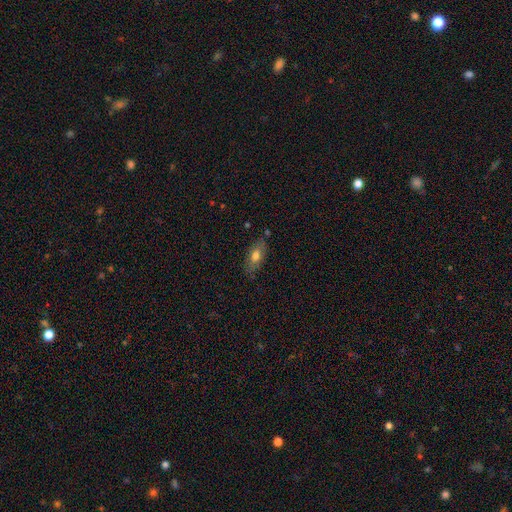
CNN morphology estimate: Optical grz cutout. It shows a smooth galaxy with no disk features (71%) that is in between round and cigar-shaped (86%). Merging: none (77%).